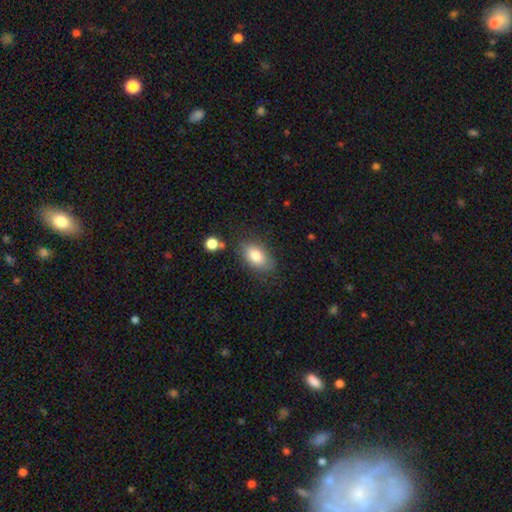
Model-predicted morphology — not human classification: Overall: smooth (80%). How rounded: in between (89%). Merging: none (75%).